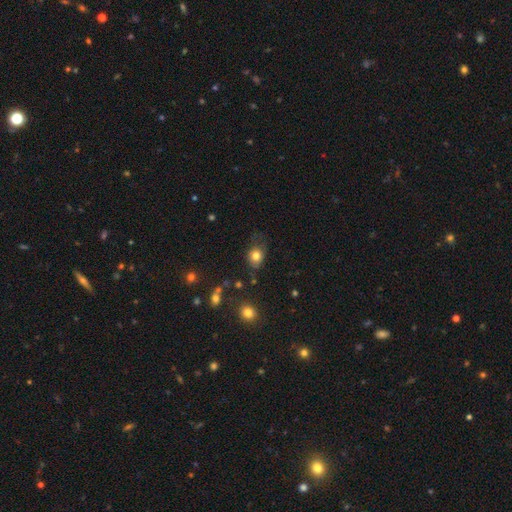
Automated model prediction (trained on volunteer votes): smooth_or_featured: smooth (p=0.77) [alt: featured or disk p=0.11]
how_rounded: round (p=0.59) [alt: in between p=0.40]
merging: none (p=0.57) [alt: minor disturbance p=0.28]